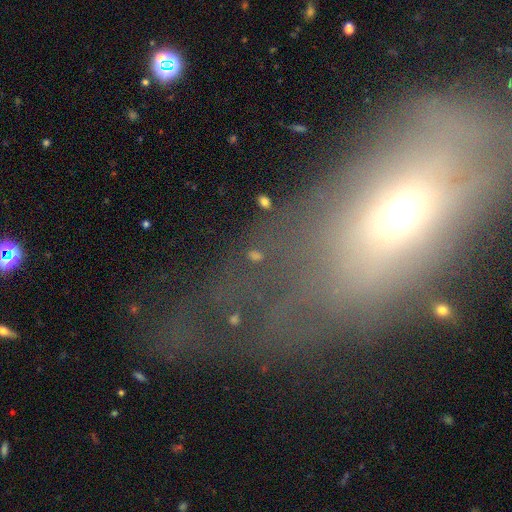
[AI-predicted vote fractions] smooth_or_featured: star or artifact (p=0.53) [alt: smooth p=0.26]